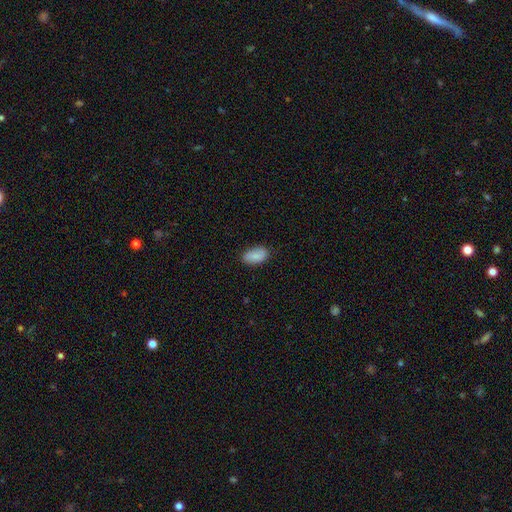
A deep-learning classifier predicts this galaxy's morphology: Overall: smooth (87%). How rounded: in between (94%). Merging: none (81%).